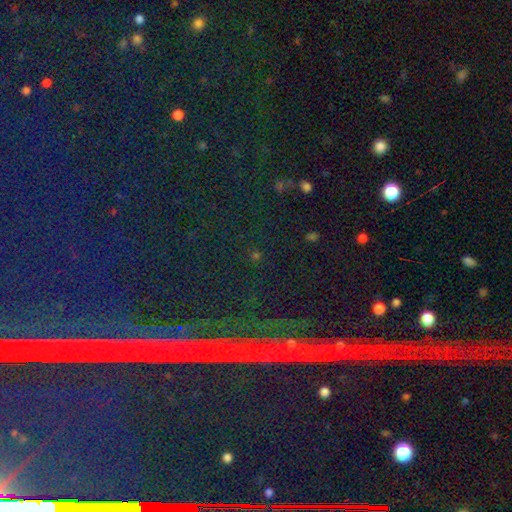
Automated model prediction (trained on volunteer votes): A star or artifact, not a galaxy (71%).

Vote fractions:
- Smooth or featured? star or artifact: 71% / smooth: 17% / featured or disk: 11%